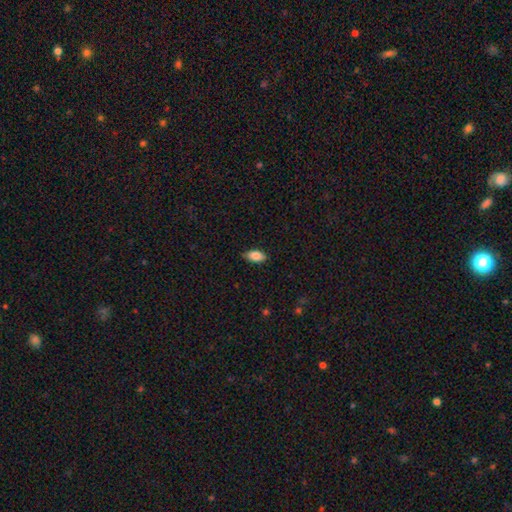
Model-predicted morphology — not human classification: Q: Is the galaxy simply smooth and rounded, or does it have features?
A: smooth — 83%.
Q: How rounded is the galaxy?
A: in between — 91%.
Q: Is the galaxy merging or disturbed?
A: none — 85%.